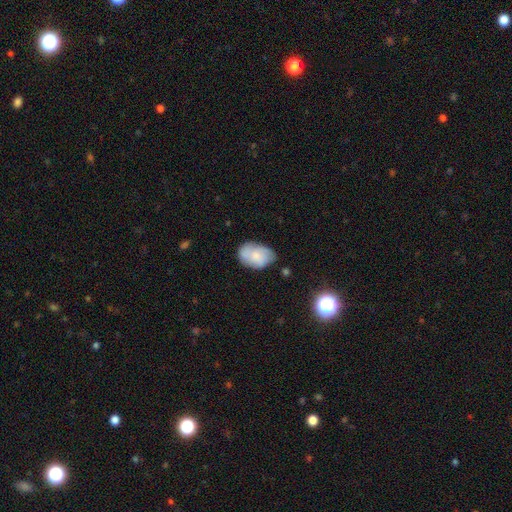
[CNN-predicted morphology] Smooth or featured? smooth (65%)
How rounded? in between (87%)
Merging? none (60%)